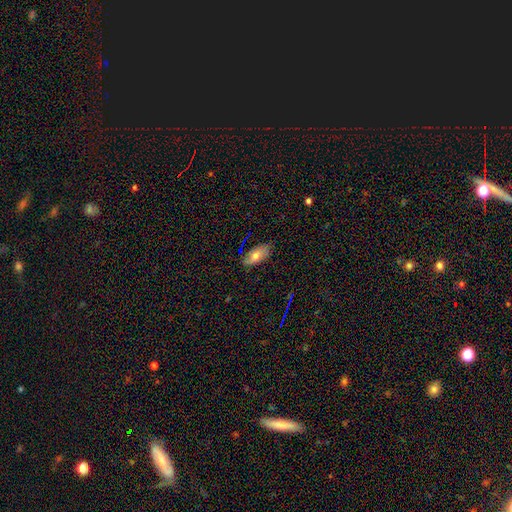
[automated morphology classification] A smooth galaxy with no disk features (66%) that is in between round and cigar-shaped (89%). Merging: none (75%).